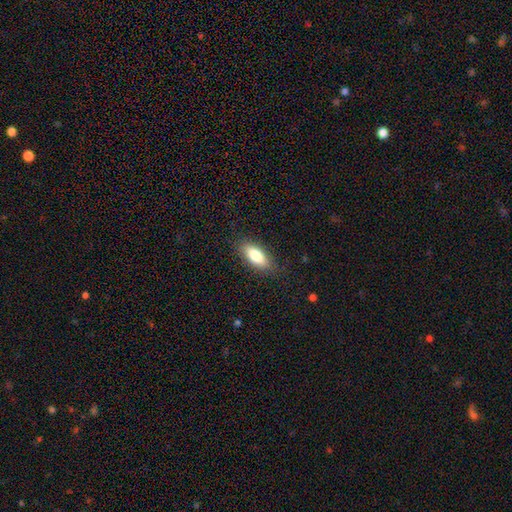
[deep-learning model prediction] Q: Smooth or featured?
A: smooth (81%); runner-up: featured or disk (13%)
Q: How rounded?
A: in between (79%); runner-up: cigar-shaped (19%)
Q: Merging?
A: none (84%); runner-up: minor disturbance (12%)